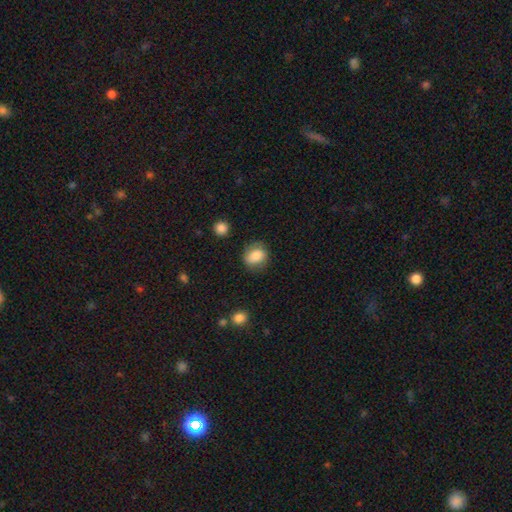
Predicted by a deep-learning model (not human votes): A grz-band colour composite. It shows a smooth galaxy with no disk features (84%) that is round (54%). Merging: none (75%).